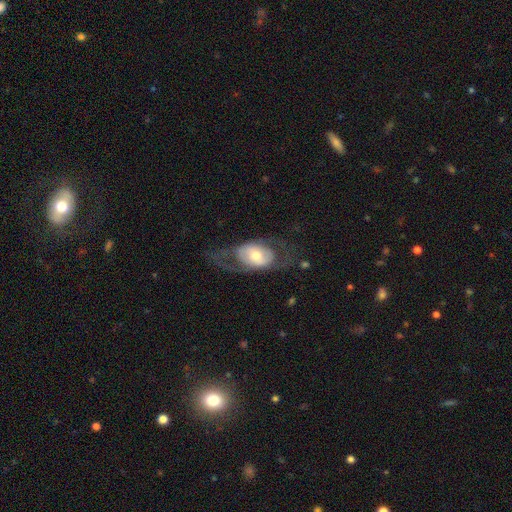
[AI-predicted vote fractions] Smooth or featured: featured or disk — 59% (smooth — 36%)
Edge-on disk: no — 89% (yes — 11%)
Bar: no — 60% (weak — 27%)
Spiral arms: no — 52% (yes — 48%)
Bulge size: moderate — 58% (small — 24%)
Merging: none — 57% (major disturbance — 25%)